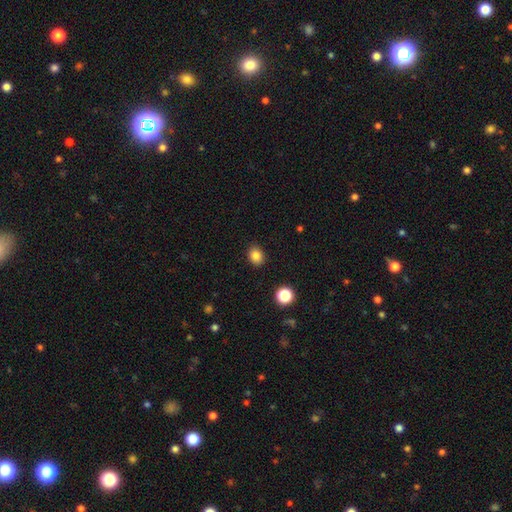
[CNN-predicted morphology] A smooth galaxy with no disk features (84%) that is in between round and cigar-shaped (50%). Merging: none (89%).